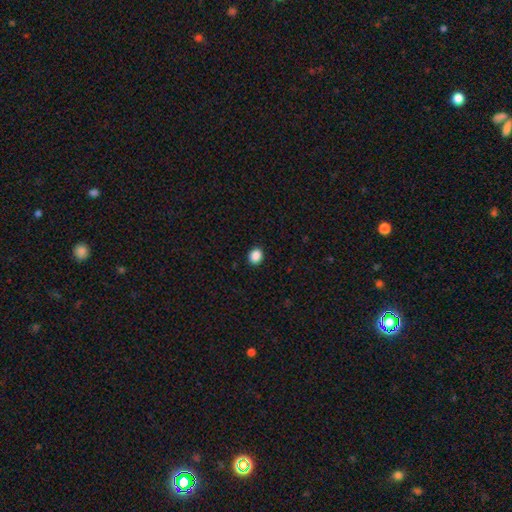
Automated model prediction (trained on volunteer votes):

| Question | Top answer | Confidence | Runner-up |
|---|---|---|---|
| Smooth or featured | smooth | 88% | star or artifact (9%) |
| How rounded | round | 64% | in between (35%) |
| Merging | none | 92% | minor disturbance (6%) |